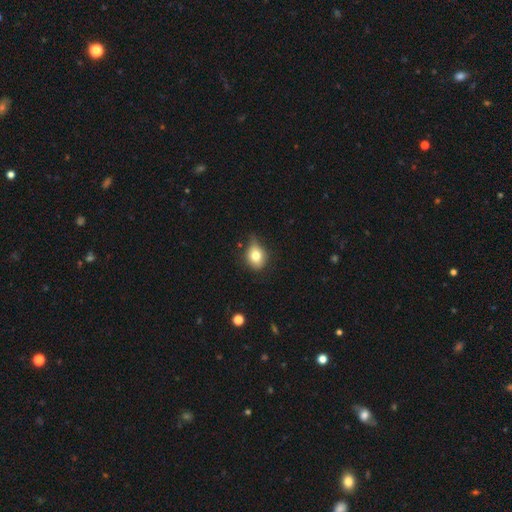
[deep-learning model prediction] Smooth or featured? Predicted: smooth (p=0.75). How rounded? Predicted: in between (p=0.52). Merging? Predicted: none (p=0.54).